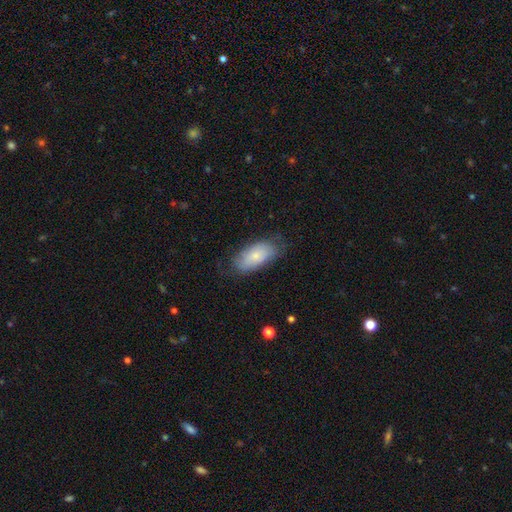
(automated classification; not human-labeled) A smooth galaxy with no disk features (72%) that is in between round and cigar-shaped (92%). Merging: none (68%).